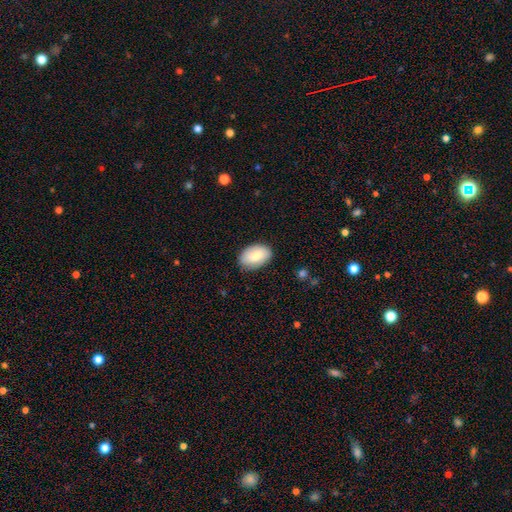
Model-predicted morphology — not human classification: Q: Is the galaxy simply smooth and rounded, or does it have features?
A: smooth — 78%.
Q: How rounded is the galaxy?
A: in between — 90%.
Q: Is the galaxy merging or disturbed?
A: none — 83%.